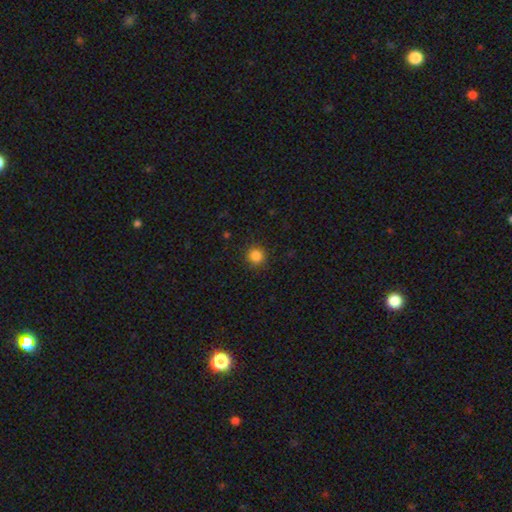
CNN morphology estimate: Q: Smooth or featured?
A: smooth (84%); runner-up: star or artifact (12%)
Q: How rounded?
A: round (94%); runner-up: in between (6%)
Q: Merging?
A: none (90%); runner-up: minor disturbance (7%)